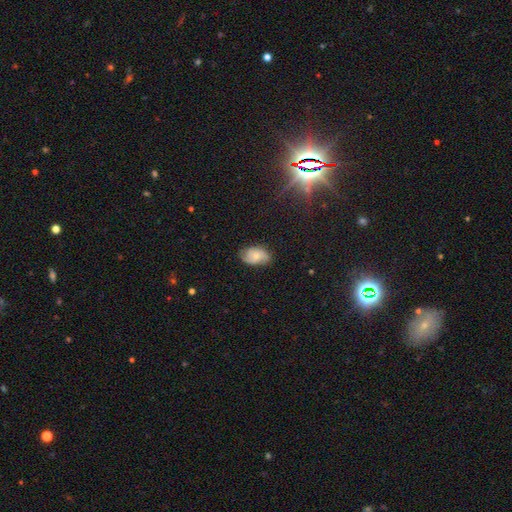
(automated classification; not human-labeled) Smooth or featured? featured or disk (53%)
Edge-on disk? no (96%)
Bar? no (71%)
Spiral arms? yes (89%)
Bulge size? small (55%)
Merging? none (69%)